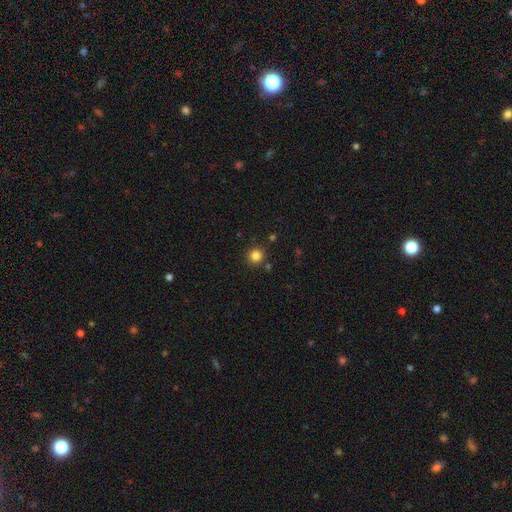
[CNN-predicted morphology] A smooth galaxy with no disk features (83%) that is round (93%).

Vote fractions:
- Smooth or featured? smooth: 83% / star or artifact: 13% / featured or disk: 4%
- How rounded? round: 93% / in between: 6% / cigar-shaped: 1%
- Merging? none: 88% / minor disturbance: 6% / merger: 4% / major disturbance: 2%